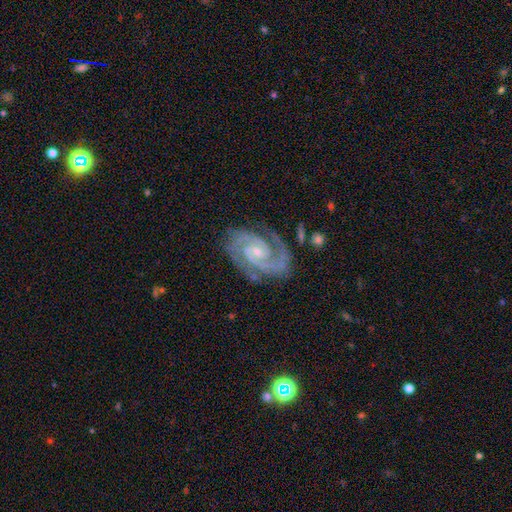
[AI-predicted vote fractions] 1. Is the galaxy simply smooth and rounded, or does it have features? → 91% featured or disk, 6% star or artifact, 3% smooth.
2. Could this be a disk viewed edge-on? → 98% no, 2% yes.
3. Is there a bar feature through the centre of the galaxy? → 58% no, 31% weak, 11% strong.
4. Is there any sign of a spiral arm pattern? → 99% yes, 1% no.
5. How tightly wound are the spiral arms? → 61% tight, 35% medium, 4% loose.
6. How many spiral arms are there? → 84% 2, 8% 3, 3% can't tell, 2% 4, 2% 1, 2% more than 4.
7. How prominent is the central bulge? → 62% small, 32% moderate, 4% none, 2% large, 1% dominant.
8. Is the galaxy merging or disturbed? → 82% none, 13% minor disturbance, 4% major disturbance, 2% merger.